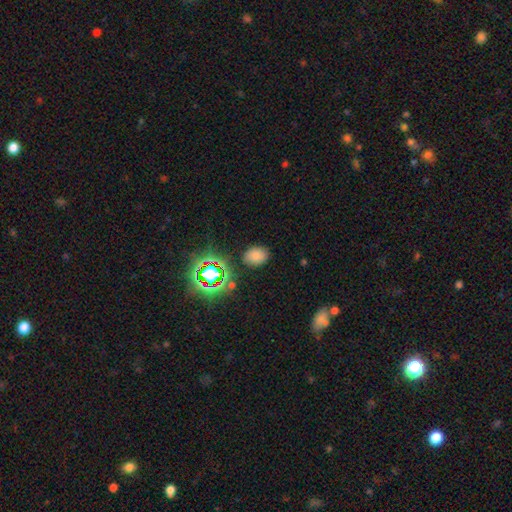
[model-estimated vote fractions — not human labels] Morphology: type=smooth (72%); roundness=in between (66%); merging=none (83%).